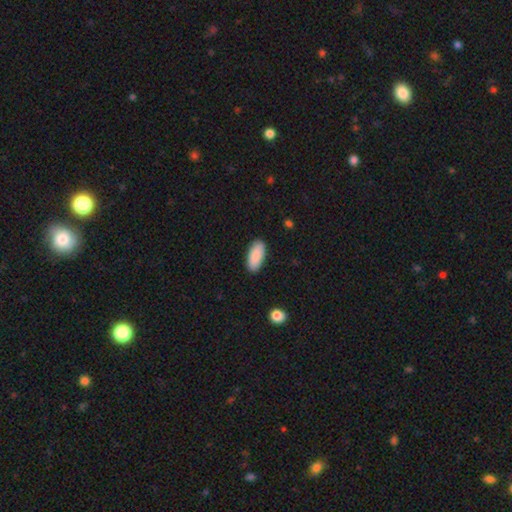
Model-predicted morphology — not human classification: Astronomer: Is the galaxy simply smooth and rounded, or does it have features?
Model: smooth — 90%.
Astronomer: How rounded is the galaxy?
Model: in between — 88%.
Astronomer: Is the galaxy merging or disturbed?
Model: none — 89%.